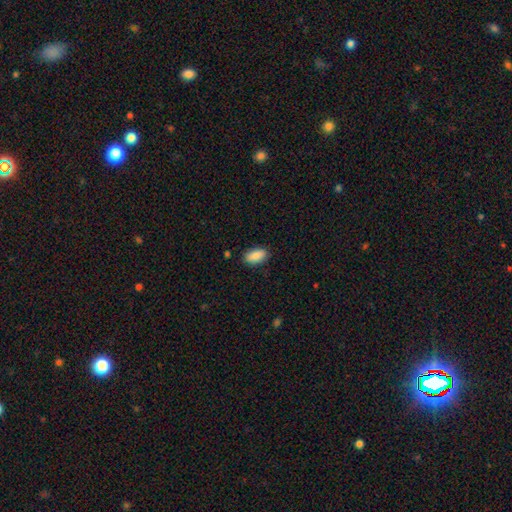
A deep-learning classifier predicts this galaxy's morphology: A smooth galaxy with no disk features (88%) that is in between round and cigar-shaped (92%).

Vote fractions:
- Smooth or featured? smooth: 88% / star or artifact: 7% / featured or disk: 5%
- How rounded? in between: 92% / cigar-shaped: 4% / round: 4%
- Merging? none: 86% / minor disturbance: 10% / major disturbance: 2% / merger: 1%